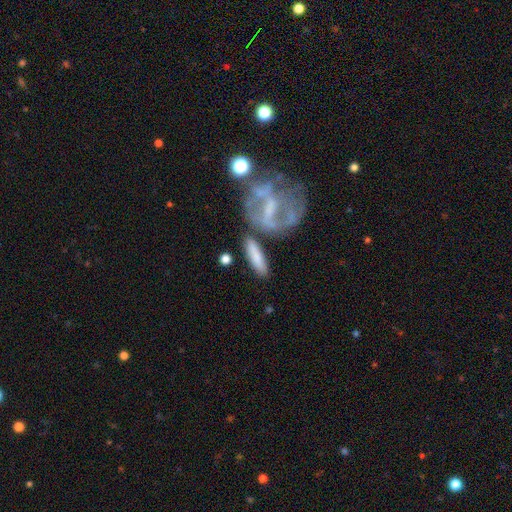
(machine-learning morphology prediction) Smooth or featured: smooth — 72% (featured or disk — 22%)
How rounded: cigar-shaped — 62% (in between — 34%)
Merging: none — 67% (minor disturbance — 14%)